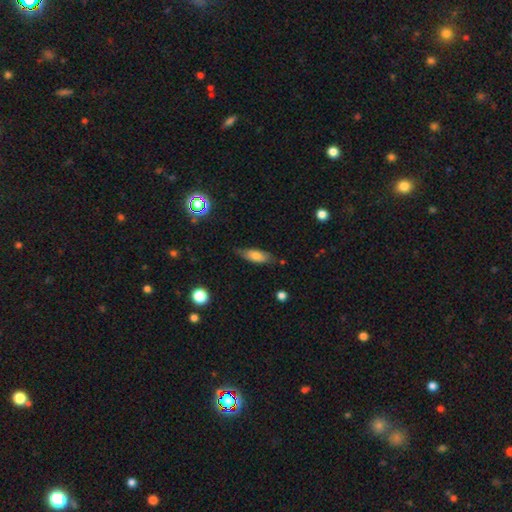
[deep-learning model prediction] Morphology: type=smooth (70%); roundness=in between (66%); merging=none (74%).